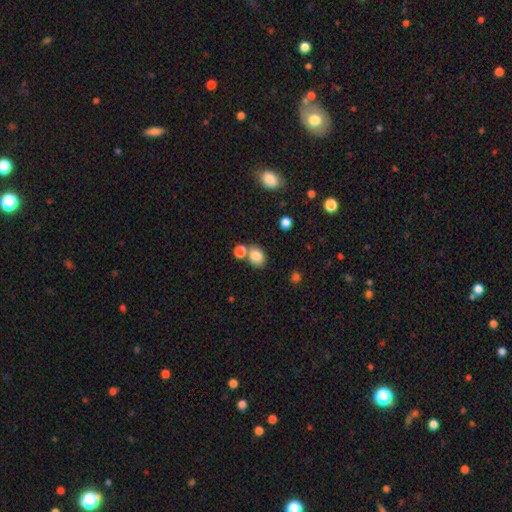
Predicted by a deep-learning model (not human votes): Smooth or featured: smooth — 83% (star or artifact — 10%)
How rounded: in between — 58% (round — 41%)
Merging: none — 57% (merger — 27%)